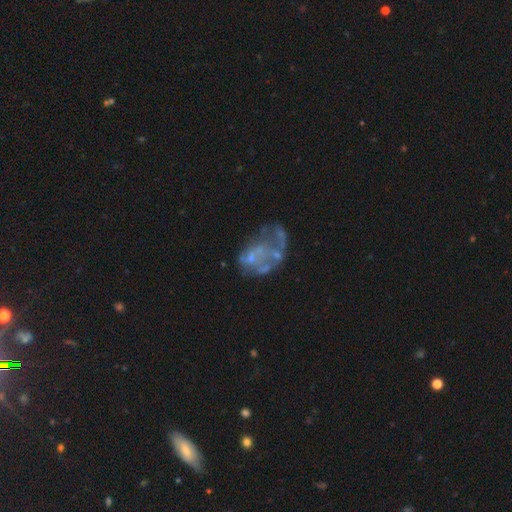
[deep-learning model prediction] This is likely a featured or disk galaxy (65%). It is clearly not viewed edge-on (98%). Bar: clearly no (91%). Spiral arm pattern: clearly no (89%). Central bulge: likely none (63%). Merging: marginally major disturbance (32%).